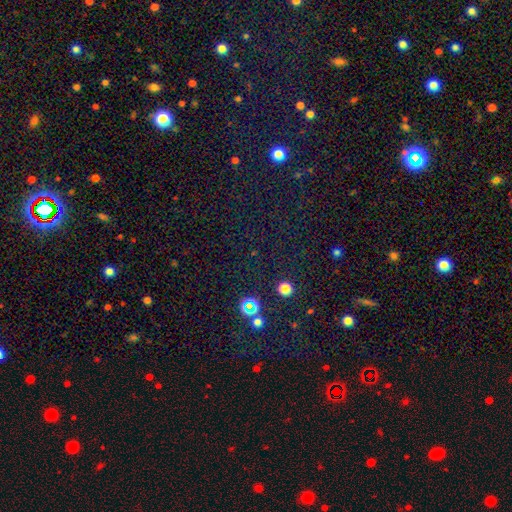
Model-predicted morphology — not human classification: smooth_or_featured: star or artifact (p=0.72) [alt: smooth p=0.21]